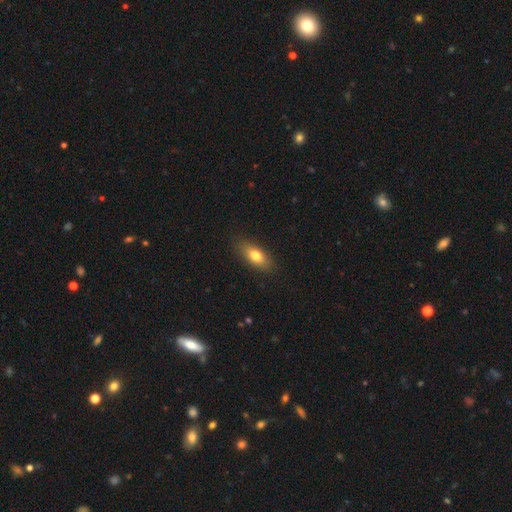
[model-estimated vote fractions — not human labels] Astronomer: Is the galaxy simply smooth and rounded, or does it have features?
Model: smooth — 78%.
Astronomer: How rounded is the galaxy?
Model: in between — 80%.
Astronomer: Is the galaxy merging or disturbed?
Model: none — 83%.